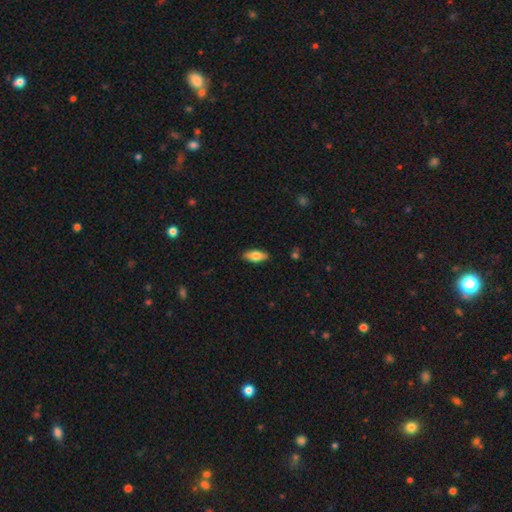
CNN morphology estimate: Smooth or featured? smooth (78%)
How rounded? in between (82%)
Merging? none (88%)